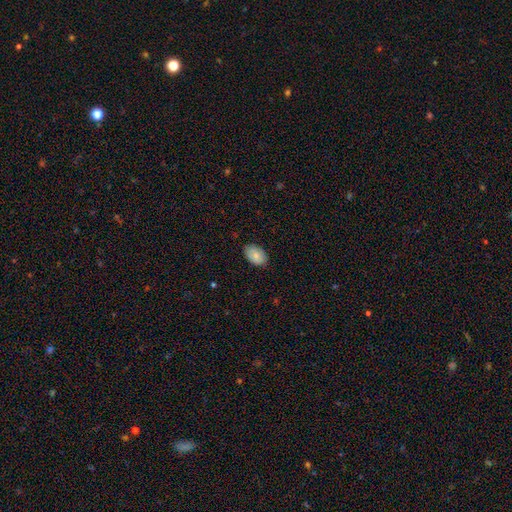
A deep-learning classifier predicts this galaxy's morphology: smooth 82%, featured or disk 12%, star or artifact 7%. Down the decision tree: how rounded — in between (90%); merging — none (84%).